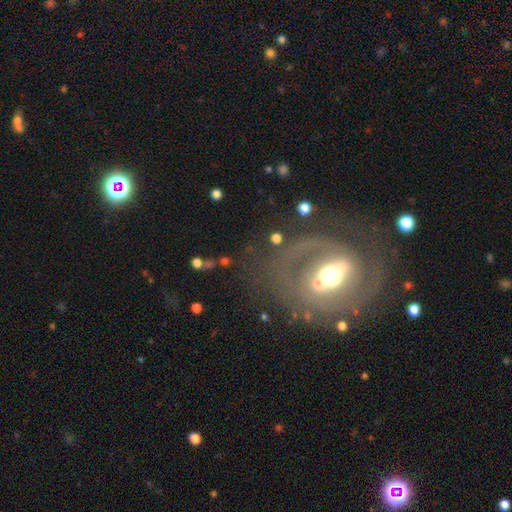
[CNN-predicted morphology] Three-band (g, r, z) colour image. It shows a featured or disk galaxy (78%) with a weak bar (42%), 2 (49%) tight (52%) spiral arms (73%) and a moderate central bulge (60%). Merging: none (69%).